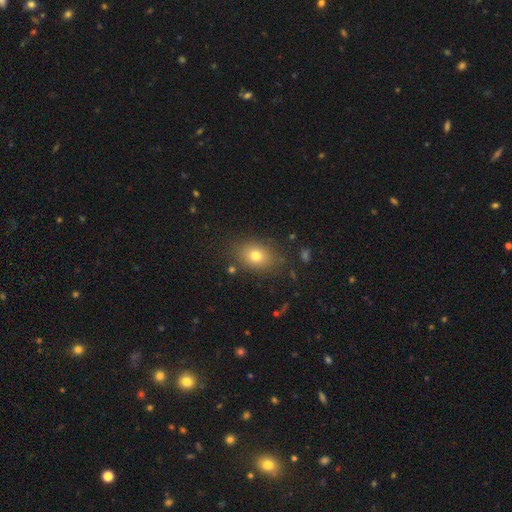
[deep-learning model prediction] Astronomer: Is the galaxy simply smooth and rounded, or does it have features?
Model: smooth — 75%.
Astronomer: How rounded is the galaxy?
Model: in between — 66%.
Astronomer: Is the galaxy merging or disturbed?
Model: none — 81%.